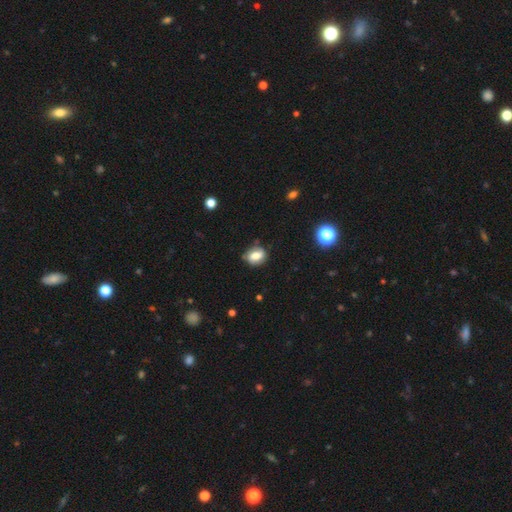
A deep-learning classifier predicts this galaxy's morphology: A smooth galaxy with no disk features (66%) that is in between round and cigar-shaped (66%).

Vote fractions:
- Smooth or featured? smooth: 66% / featured or disk: 24% / star or artifact: 10%
- How rounded? in between: 66% / round: 32% / cigar-shaped: 2%
- Merging? none: 70% / minor disturbance: 22% / major disturbance: 6% / merger: 2%